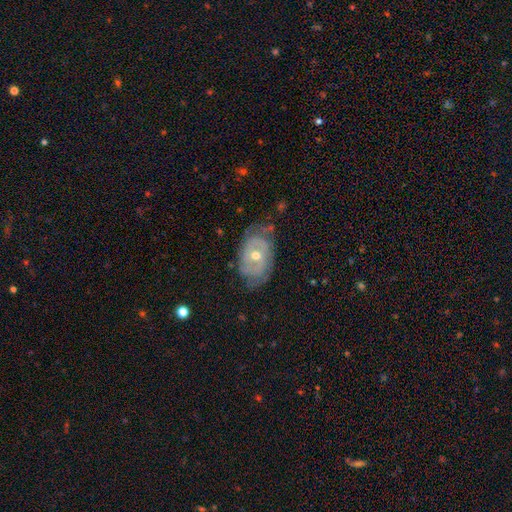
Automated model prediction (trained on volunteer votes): The model was most divided on "merging": none: 59%, minor disturbance: 28%, major disturbance: 11%, merger: 2%. More confident: edge-on disk — no (94%); smooth or featured — featured or disk (71%); spiral arms — yes (70%); bar — no (68%); bulge size — moderate (64%).